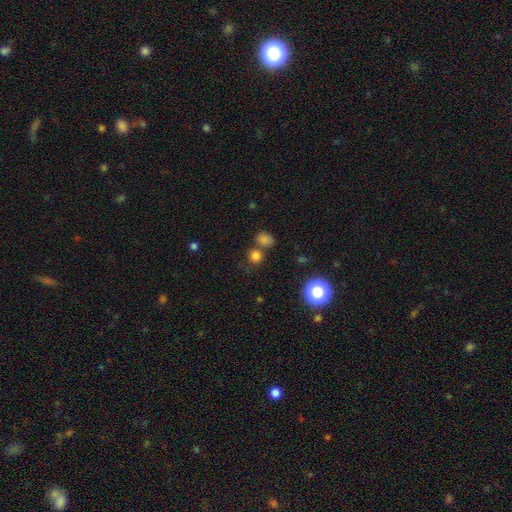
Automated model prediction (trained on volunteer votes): Morphology: type=smooth (76%); roundness=round (82%); merging=none (61%).